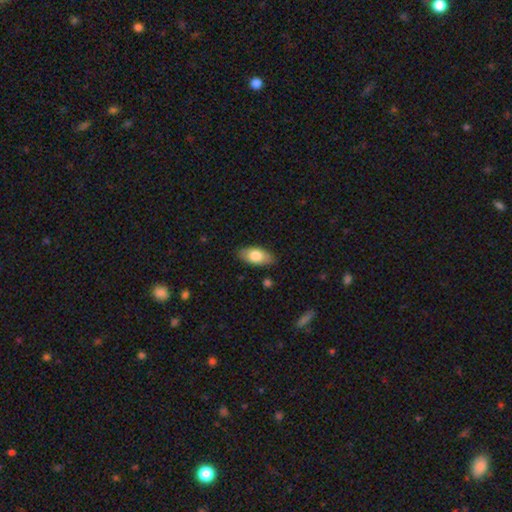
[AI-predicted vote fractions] Smooth or featured? smooth (77%)
How rounded? in between (91%)
Merging? none (85%)